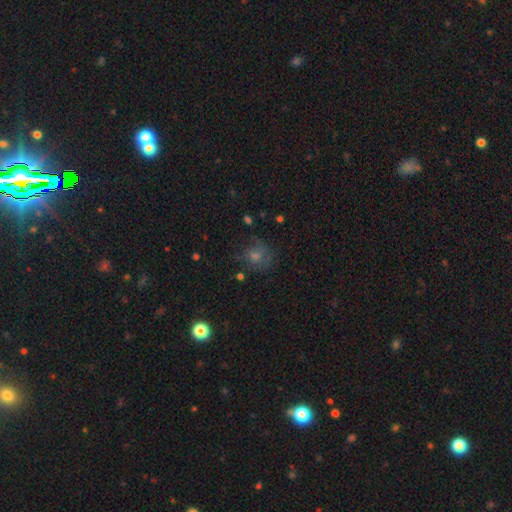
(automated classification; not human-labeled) Smooth or featured? Predicted: smooth (p=0.48). Merging? Predicted: none (p=0.65).